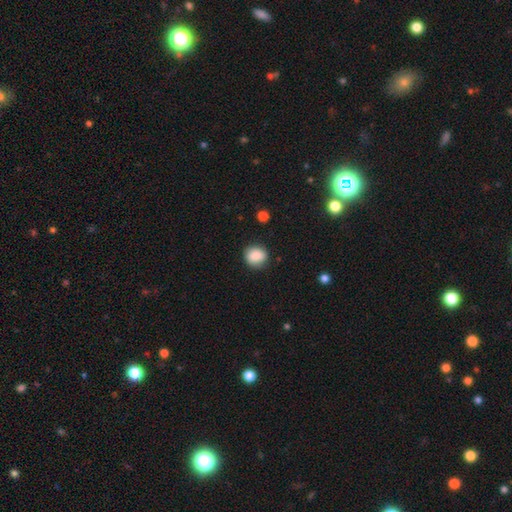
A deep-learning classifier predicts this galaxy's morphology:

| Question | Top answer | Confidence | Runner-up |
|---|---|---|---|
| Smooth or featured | smooth | 86% | star or artifact (8%) |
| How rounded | round | 81% | in between (18%) |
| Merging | none | 86% | minor disturbance (10%) |